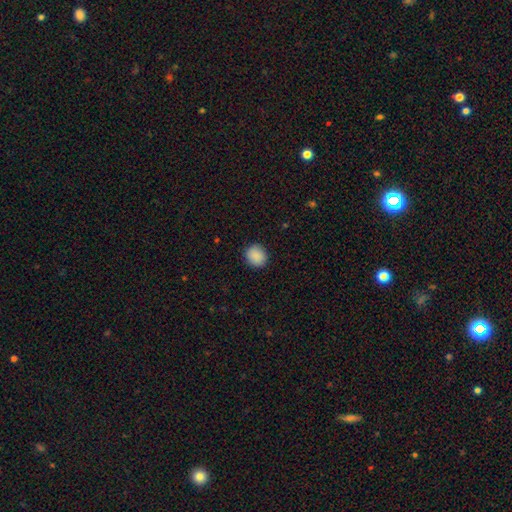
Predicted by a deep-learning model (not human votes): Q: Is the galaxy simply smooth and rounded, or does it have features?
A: smooth — 89%.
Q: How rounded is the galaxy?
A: round — 80%.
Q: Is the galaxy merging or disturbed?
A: none — 90%.